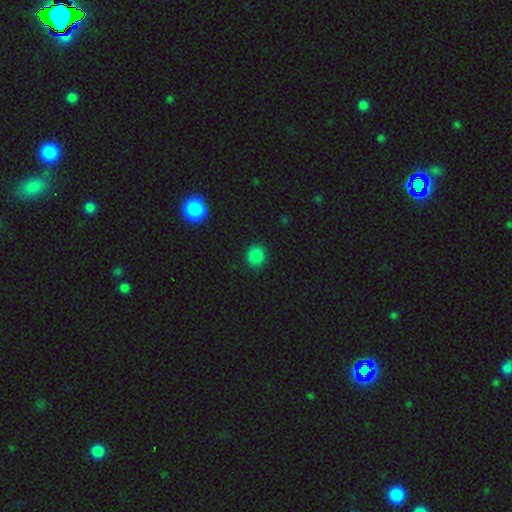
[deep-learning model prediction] The model was most divided on "smooth or featured": smooth: 85%, star or artifact: 12%, featured or disk: 3%. More confident: merging — none (91%); how rounded — round (89%).